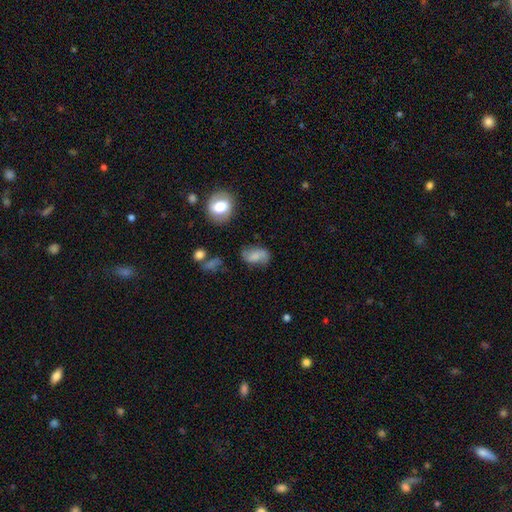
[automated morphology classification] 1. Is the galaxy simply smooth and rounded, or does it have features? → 59% smooth, 30% featured or disk, 11% star or artifact.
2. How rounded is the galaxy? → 86% in between, 11% round, 3% cigar-shaped.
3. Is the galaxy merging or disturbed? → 61% none, 25% minor disturbance, 9% major disturbance, 4% merger.